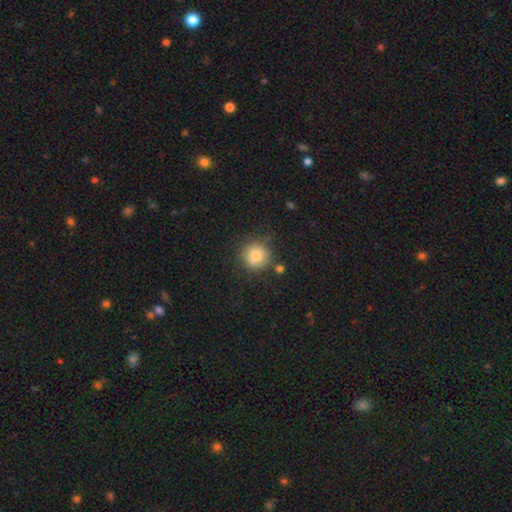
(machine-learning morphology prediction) Overall: smooth (84%). How rounded: round (92%). Merging: none (81%).